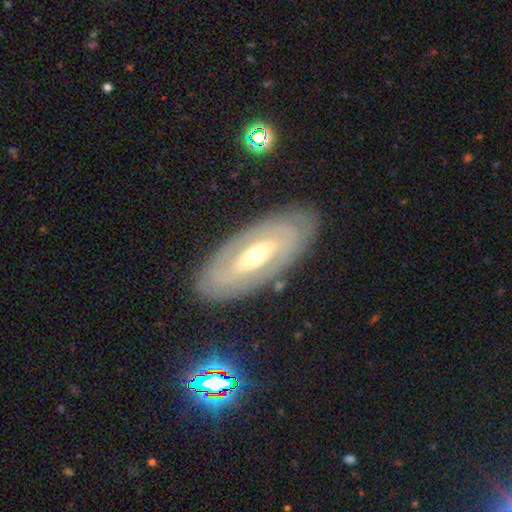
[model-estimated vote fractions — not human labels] featured or disk 75%, smooth 20%, star or artifact 5%. Down the decision tree: edge-on disk — no (89%); bar — no (52%); spiral arms — yes (57%); bulge size — moderate (62%); merging — none (83%).